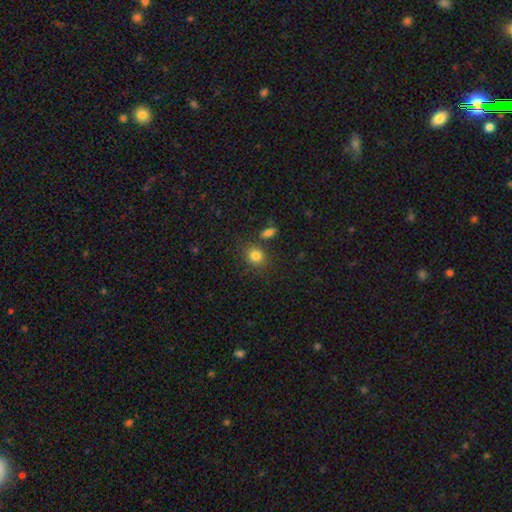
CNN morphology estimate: type=smooth (82%); roundness=round (74%); merging=none (76%).